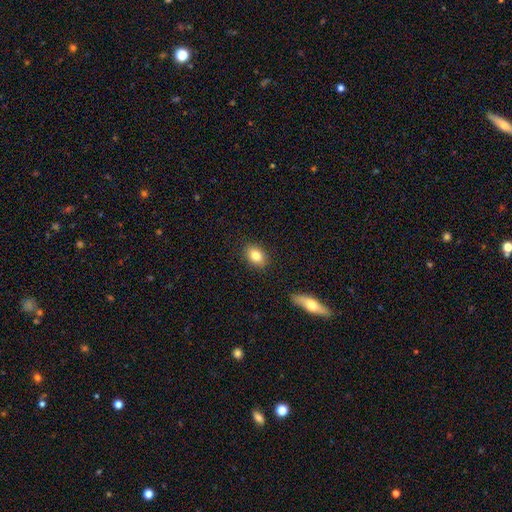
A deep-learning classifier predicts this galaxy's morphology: Overall: smooth (81%). How rounded: in between (72%). Merging: none (88%).